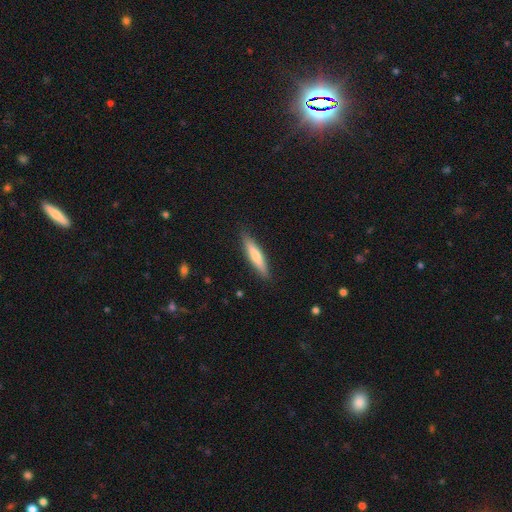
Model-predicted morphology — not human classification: Q: Smooth or featured?
A: smooth (68%); runner-up: featured or disk (26%)
Q: How rounded?
A: cigar-shaped (86%); runner-up: in between (12%)
Q: Merging?
A: none (88%); runner-up: minor disturbance (9%)